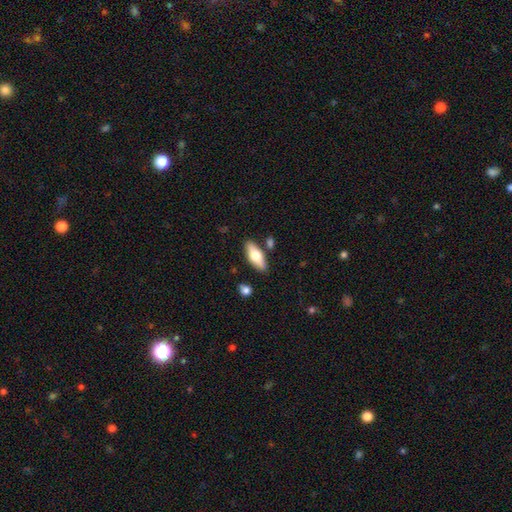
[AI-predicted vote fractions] smooth-or-featured: smooth: 64% | featured or disk: 30% | star or artifact: 6%
  how-rounded: in between: 74% | cigar-shaped: 23% | round: 3%
  merging: none: 82% | minor disturbance: 11% | merger: 5% | major disturbance: 2%